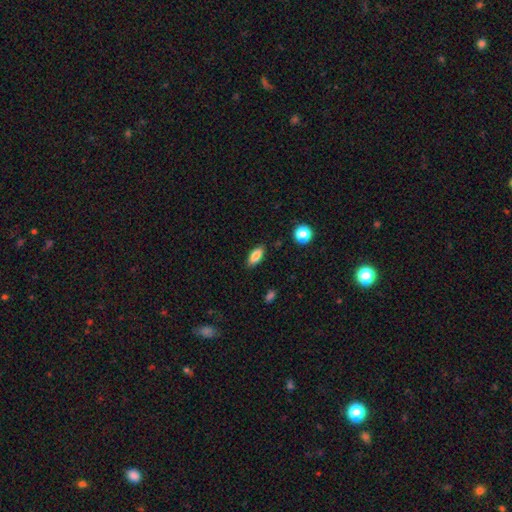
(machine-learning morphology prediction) This is clearly a smooth galaxy (85%). How rounded: clearly in between (84%). Merging: clearly none (86%).